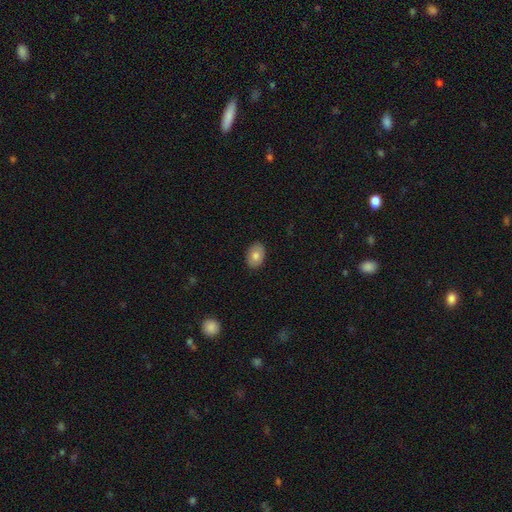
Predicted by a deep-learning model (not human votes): Overall: smooth (77%). How rounded: in between (83%). Merging: none (88%).